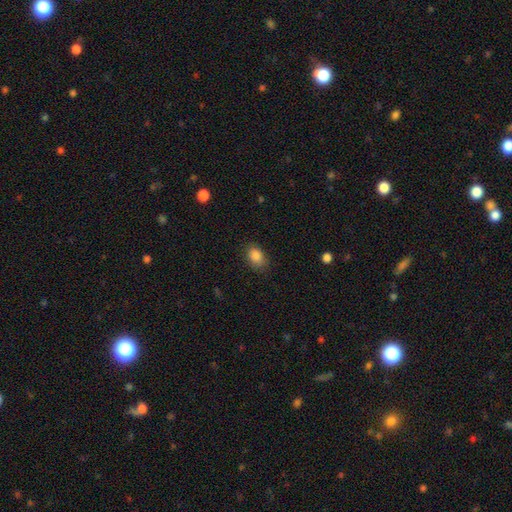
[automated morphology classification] Smooth or featured?
  - smooth: 87% *
  - star or artifact: 9%
  - featured or disk: 4%
How rounded?
  - in between: 75% *
  - round: 24%
  - cigar-shaped: 1%
Merging?
  - none: 81% *
  - minor disturbance: 14%
  - major disturbance: 4%
  - merger: 1%